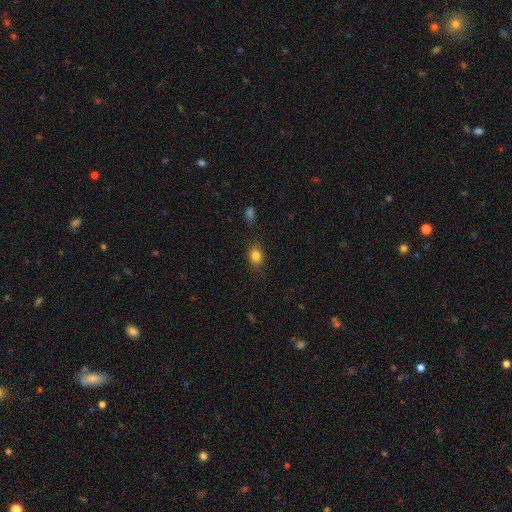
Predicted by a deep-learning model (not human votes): The model was most divided on "how rounded": in between: 53%, round: 45%, cigar-shaped: 1%. More confident: smooth or featured — smooth (82%); merging — none (81%).